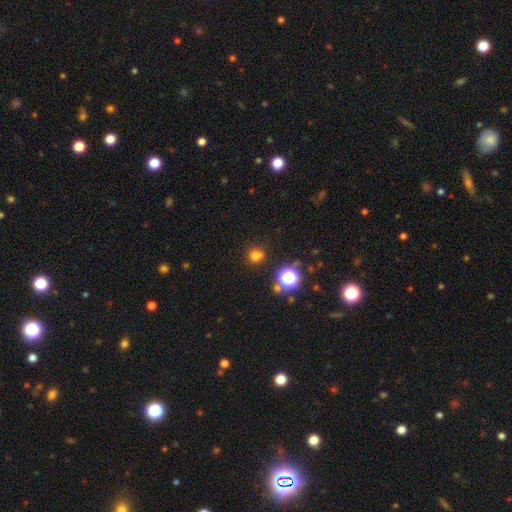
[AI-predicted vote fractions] smooth_or_featured: smooth (p=0.72) [alt: star or artifact p=0.22]
how_rounded: round (p=0.81) [alt: in between p=0.18]
merging: none (p=0.77) [alt: minor disturbance p=0.12]